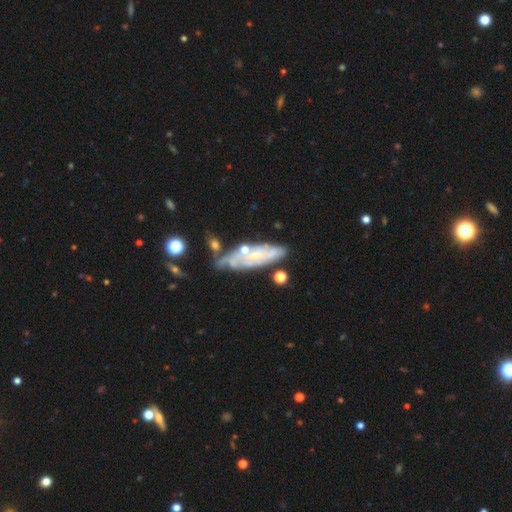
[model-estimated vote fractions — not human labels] This appears to be a featured or disk galaxy (64%). Merging: none (53%).